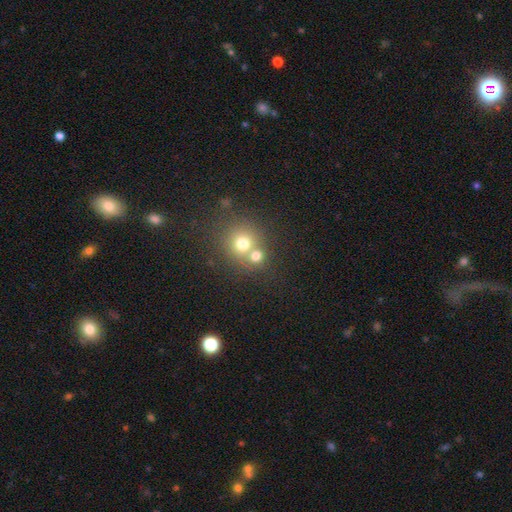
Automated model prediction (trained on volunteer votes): The model was most divided on "merging": merger: 48%, none: 43%, minor disturbance: 6%, major disturbance: 3%. More confident: how rounded — round (85%); smooth or featured — smooth (72%).